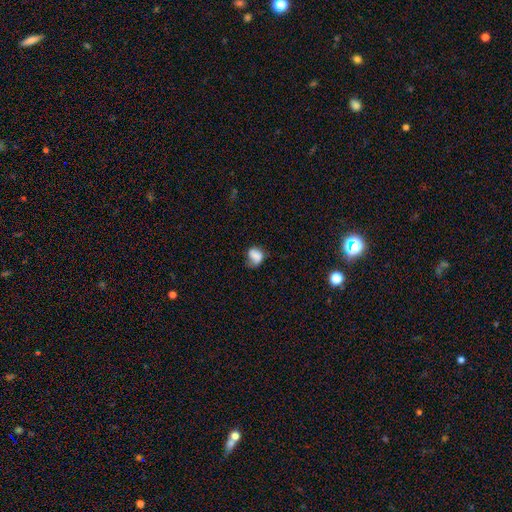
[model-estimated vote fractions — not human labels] This is likely a smooth galaxy (73%). How rounded: possibly round (50%). Merging: marginally none (37%).